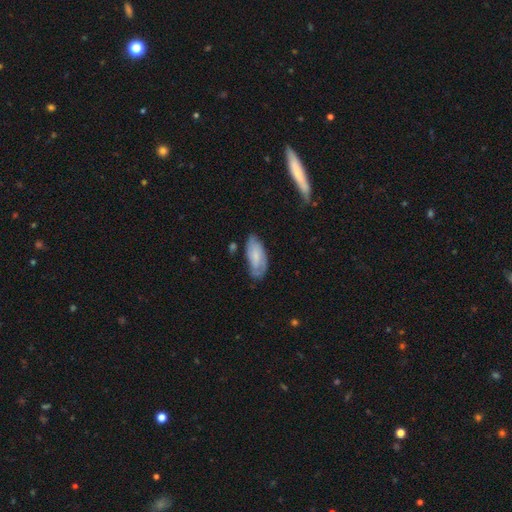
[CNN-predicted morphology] smooth-or-featured: smooth: 56% | featured or disk: 37% | star or artifact: 7%
  how-rounded: in between: 87% | cigar-shaped: 10% | round: 2%
  merging: none: 60% | minor disturbance: 28% | major disturbance: 9% | merger: 3%